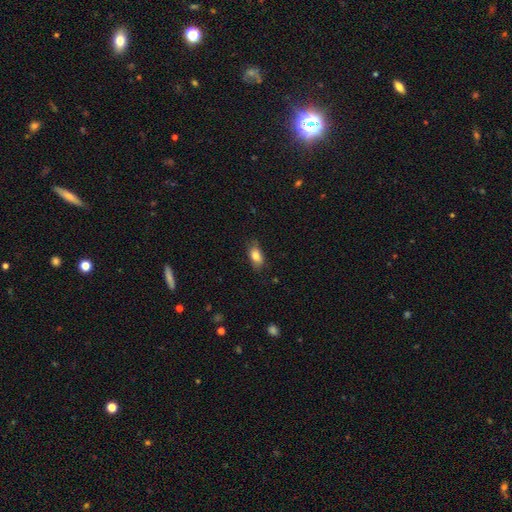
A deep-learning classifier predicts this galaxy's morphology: smooth 81%, featured or disk 11%, star or artifact 8%. Down the decision tree: how rounded — in between (87%); merging — none (77%).